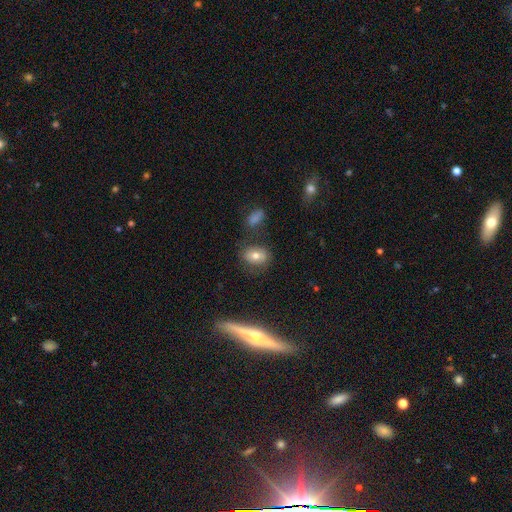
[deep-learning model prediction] smooth-or-featured: smooth: 67% | featured or disk: 21% | star or artifact: 12%
  how-rounded: in between: 70% | round: 28% | cigar-shaped: 2%
  merging: none: 73% | minor disturbance: 15% | major disturbance: 6% | merger: 6%